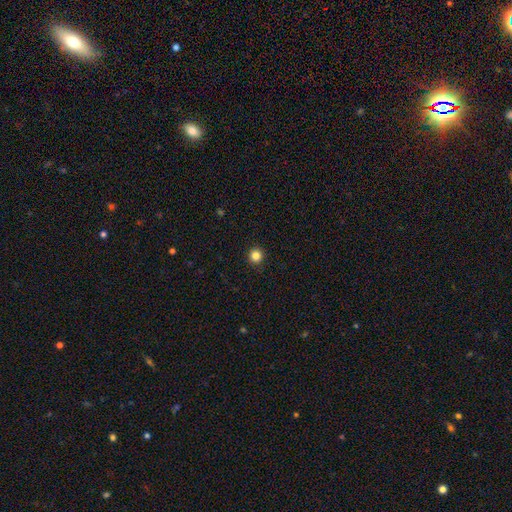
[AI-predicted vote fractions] smooth 84%, star or artifact 12%, featured or disk 4%. Down the decision tree: how rounded — round (95%); merging — none (93%).